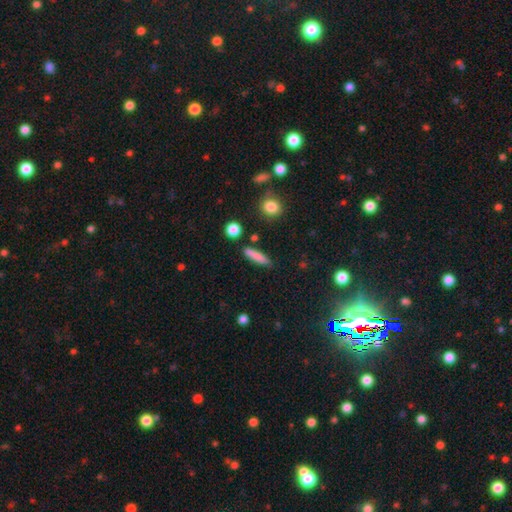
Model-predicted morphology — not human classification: Smooth or featured: smooth — 83% (featured or disk — 9%)
How rounded: cigar-shaped — 78% (in between — 18%)
Merging: none — 83% (minor disturbance — 10%)